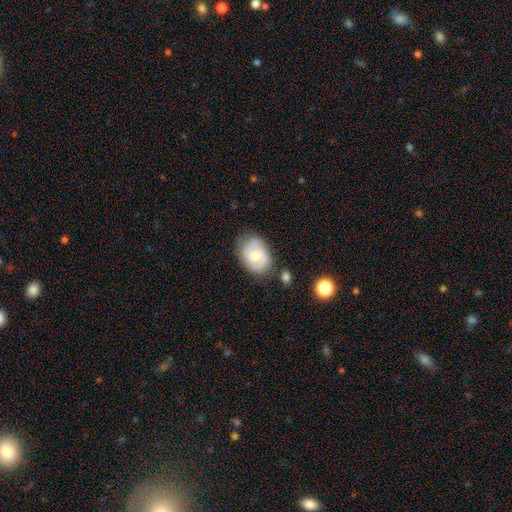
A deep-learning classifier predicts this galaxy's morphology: Smooth or featured?
  - featured or disk: 47% *
  - smooth: 46%
  - star or artifact: 7%
Merging?
  - none: 69% *
  - minor disturbance: 22%
  - major disturbance: 5%
  - merger: 4%